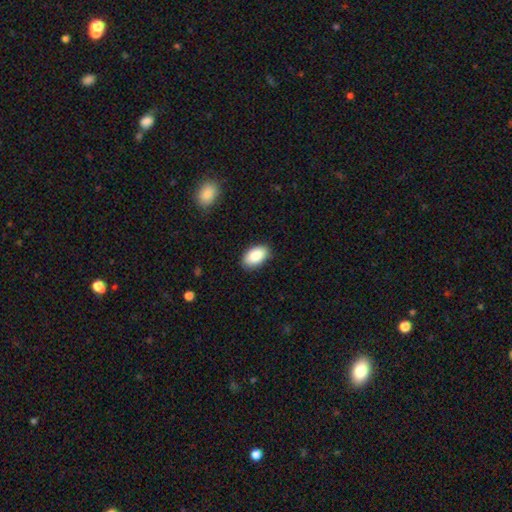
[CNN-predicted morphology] smooth 86%, featured or disk 7%, star or artifact 7%. Down the decision tree: how rounded — in between (94%); merging — none (88%).